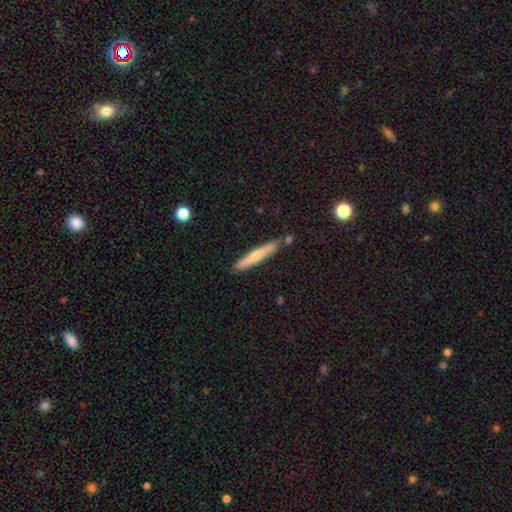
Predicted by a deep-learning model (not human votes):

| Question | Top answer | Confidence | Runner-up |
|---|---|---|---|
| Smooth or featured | smooth | 62% | featured or disk (33%) |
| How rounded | cigar-shaped | 94% | in between (5%) |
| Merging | none | 81% | minor disturbance (12%) |